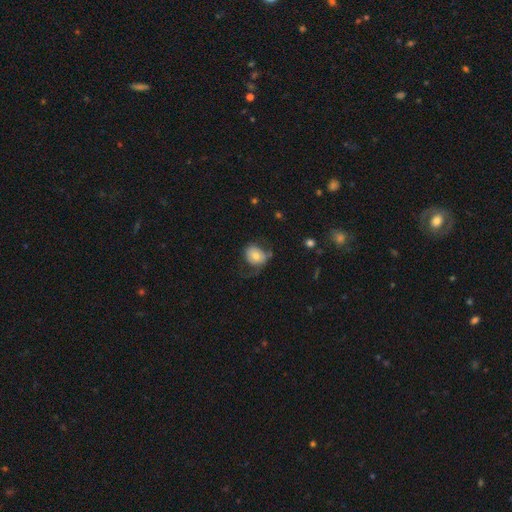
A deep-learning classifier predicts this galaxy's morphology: This appears to be a smooth galaxy with no disk features (66%) that is round (57%). Merging: none (44%).